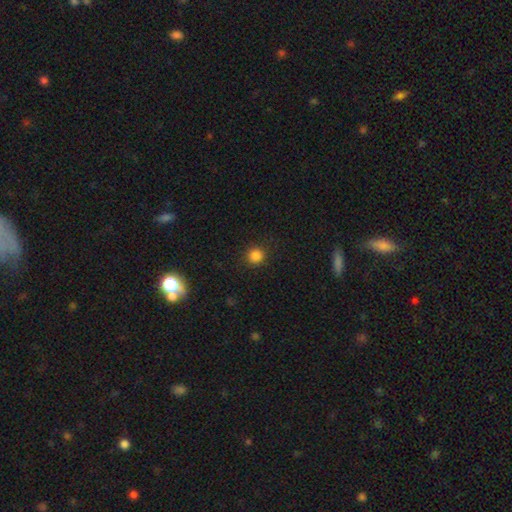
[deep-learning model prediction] The model was most divided on "smooth or featured": smooth: 84%, star or artifact: 13%, featured or disk: 4%. More confident: how rounded — round (93%); merging — none (89%).